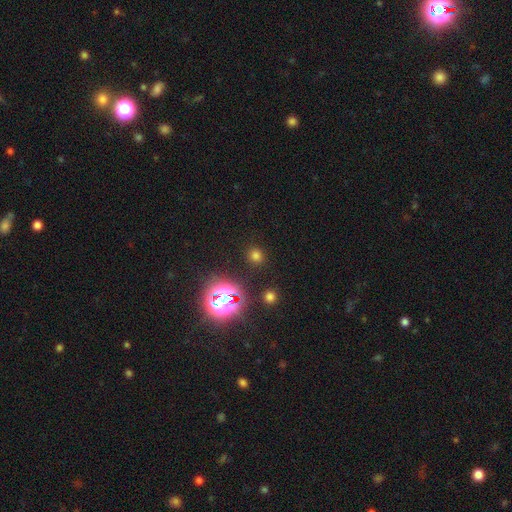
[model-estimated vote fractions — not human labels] Q: Smooth or featured?
A: smooth (65%); runner-up: star or artifact (29%)
Q: How rounded?
A: round (85%); runner-up: in between (13%)
Q: Merging?
A: none (88%); runner-up: minor disturbance (7%)